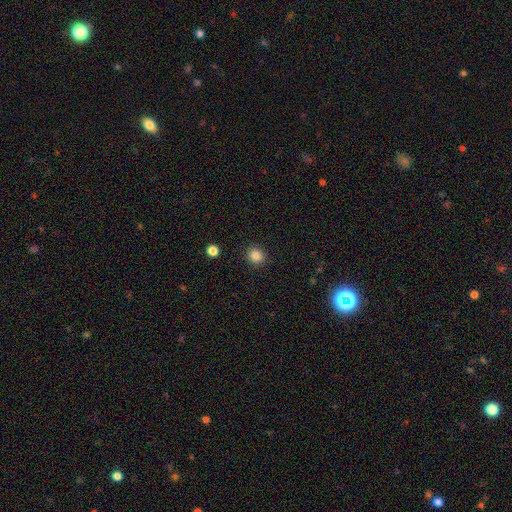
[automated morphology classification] This is clearly a smooth galaxy (85%). How rounded: clearly round (89%). Merging: clearly none (91%).